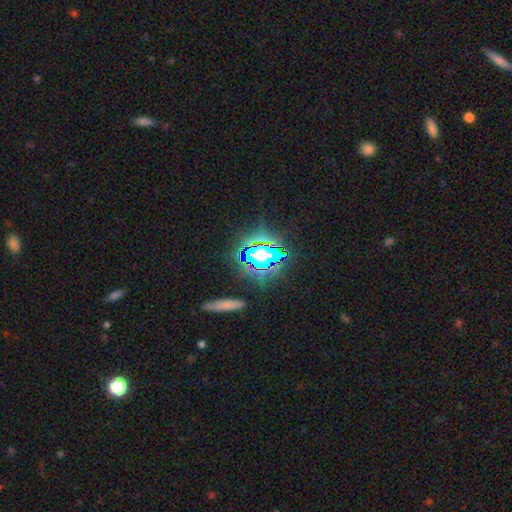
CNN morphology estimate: smooth-or-featured: star or artifact: 76% | smooth: 14% | featured or disk: 10%